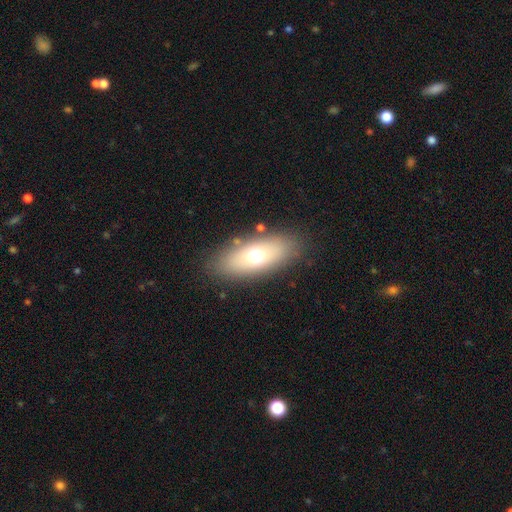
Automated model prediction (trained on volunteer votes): The model was most divided on "smooth or featured": smooth: 64%, featured or disk: 26%, star or artifact: 10%. More confident: merging — none (84%); how rounded — in between (80%).